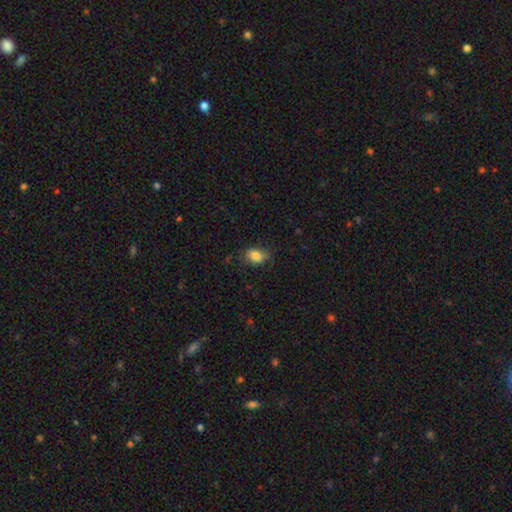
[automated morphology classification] smooth-or-featured: smooth: 82% | star or artifact: 9% | featured or disk: 9%
  how-rounded: in between: 71% | round: 28% | cigar-shaped: 2%
  merging: none: 67% | minor disturbance: 25% | major disturbance: 7% | merger: 1%